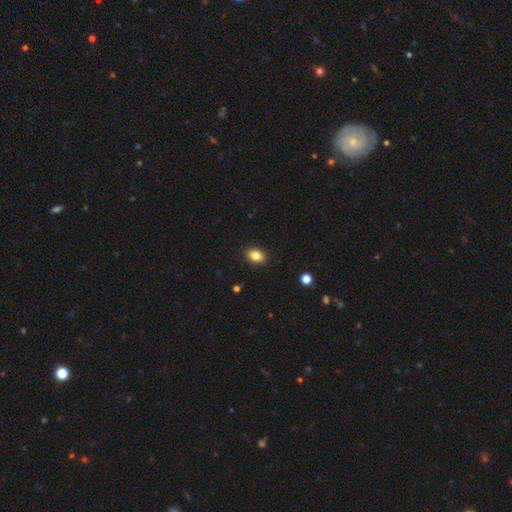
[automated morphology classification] A smooth galaxy with no disk features (84%) that is in between round and cigar-shaped (74%). Merging: none (90%).